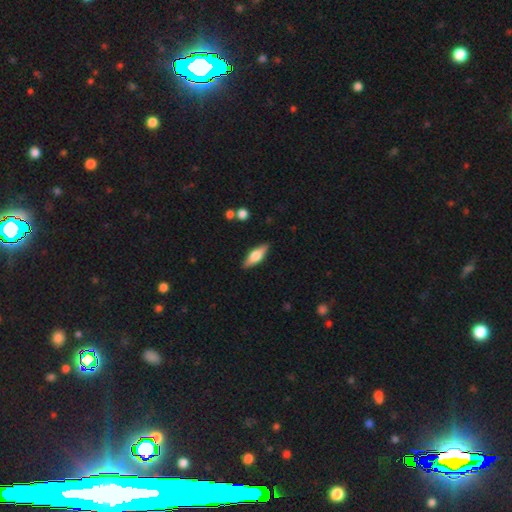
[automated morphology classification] type=featured or disk (50%); merging=none (88%).